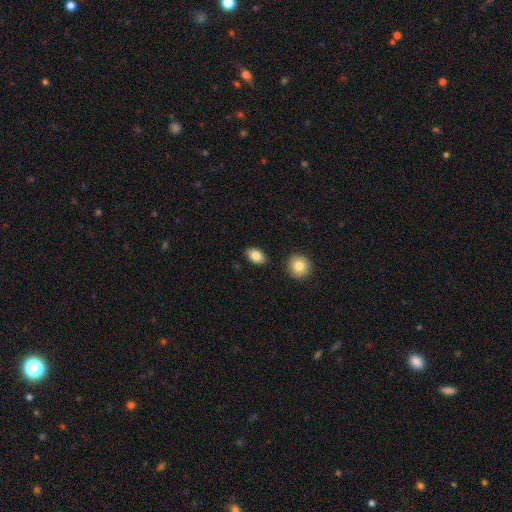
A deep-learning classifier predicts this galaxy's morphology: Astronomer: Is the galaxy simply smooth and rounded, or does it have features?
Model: smooth — 85%.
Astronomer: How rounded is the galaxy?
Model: in between — 87%.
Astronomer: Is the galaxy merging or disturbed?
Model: none — 85%.